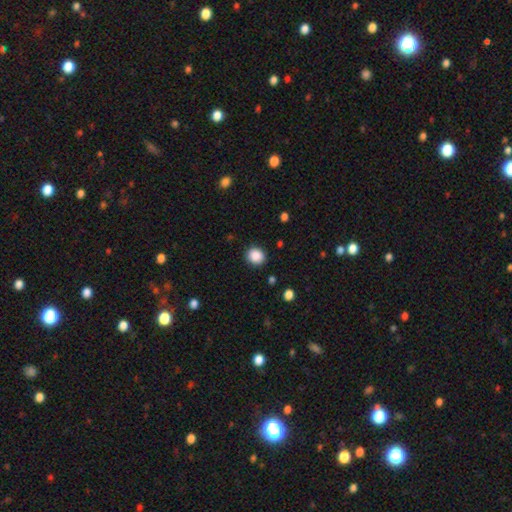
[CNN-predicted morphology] Smooth or featured?
  - smooth: 87% *
  - star or artifact: 10%
  - featured or disk: 3%
How rounded?
  - round: 85% *
  - in between: 14%
  - cigar-shaped: 1%
Merging?
  - none: 89% *
  - minor disturbance: 7%
  - major disturbance: 2%
  - merger: 1%